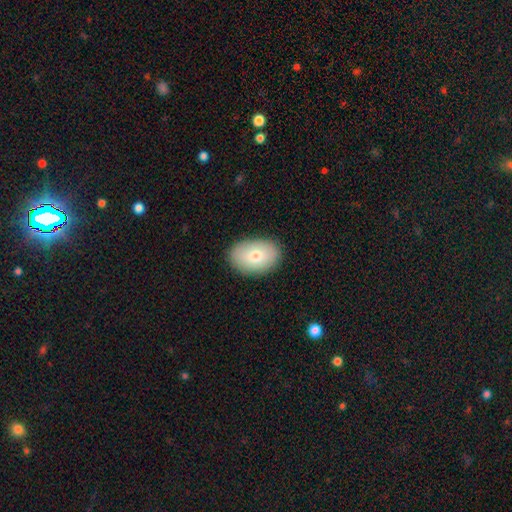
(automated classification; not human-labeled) Smooth or featured? Predicted: smooth (p=0.77). How rounded? Predicted: in between (p=0.82). Merging? Predicted: none (p=0.88).